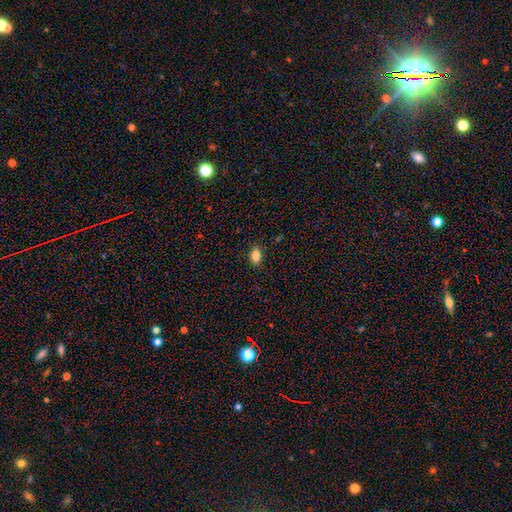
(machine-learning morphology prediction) smooth-or-featured: smooth: 84% | star or artifact: 10% | featured or disk: 7%
  how-rounded: in between: 87% | round: 10% | cigar-shaped: 3%
  merging: none: 88% | minor disturbance: 9% | major disturbance: 2% | merger: 1%